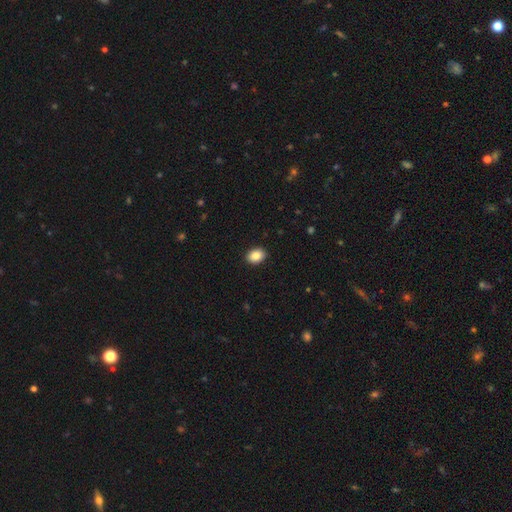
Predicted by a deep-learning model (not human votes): Smooth or featured? Predicted: smooth (p=0.87). How rounded? Predicted: in between (p=0.69). Merging? Predicted: none (p=0.91).